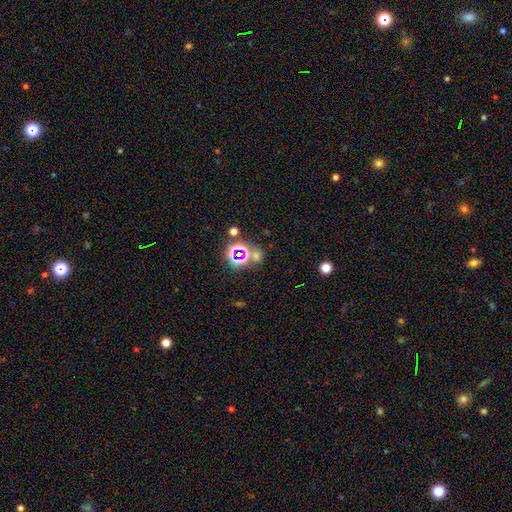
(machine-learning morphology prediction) smooth_or_featured: star or artifact (p=0.51) [alt: smooth p=0.40]